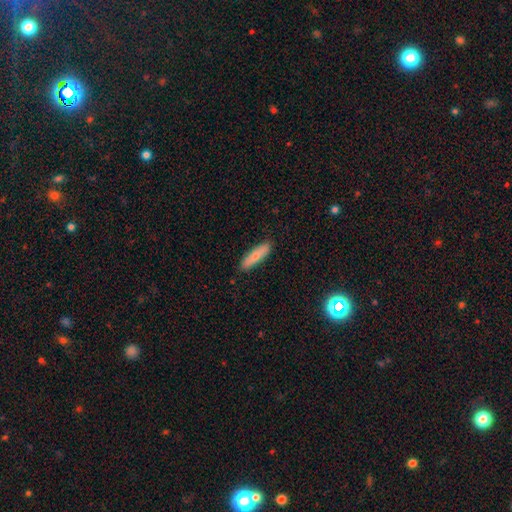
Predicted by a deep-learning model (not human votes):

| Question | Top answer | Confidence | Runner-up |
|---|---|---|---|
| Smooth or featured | smooth | 73% | featured or disk (20%) |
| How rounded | cigar-shaped | 68% | in between (30%) |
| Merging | none | 88% | minor disturbance (9%) |